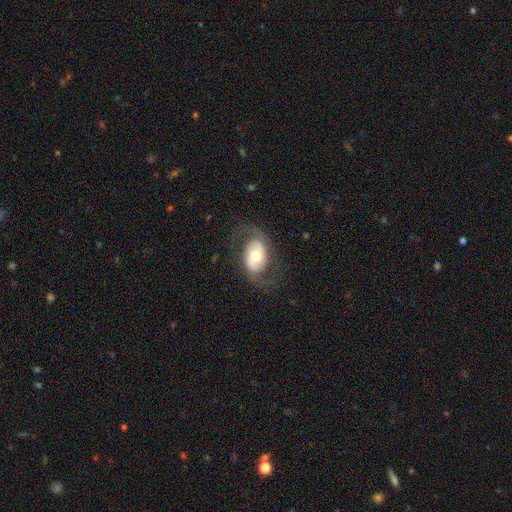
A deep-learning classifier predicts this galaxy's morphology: Q: Smooth or featured?
A: featured or disk (63%); runner-up: smooth (31%)
Q: Edge-on disk?
A: no (94%); runner-up: yes (6%)
Q: Bar?
A: no (63%); runner-up: weak (25%)
Q: Spiral arms?
A: yes (70%); runner-up: no (30%)
Q: Bulge size?
A: moderate (69%); runner-up: large (16%)
Q: Merging?
A: none (71%); runner-up: minor disturbance (15%)